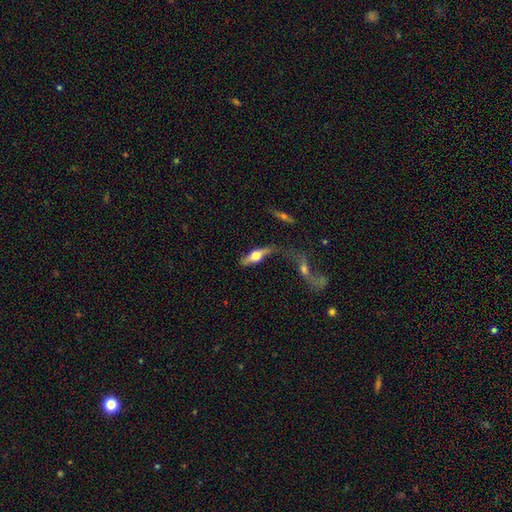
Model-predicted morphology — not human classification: A featured or disk galaxy (61%) viewed edge-on (86%) with a rounded central bulge (96%). Merging: none (53%).